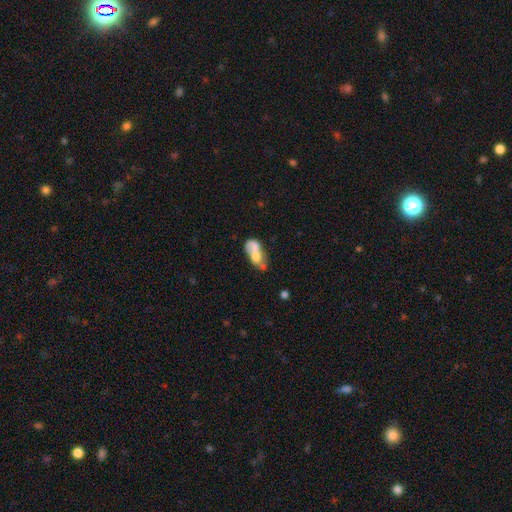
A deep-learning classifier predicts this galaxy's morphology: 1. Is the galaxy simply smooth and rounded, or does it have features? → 50% smooth, 41% featured or disk, 9% star or artifact.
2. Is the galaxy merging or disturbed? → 44% merger, 22% none, 19% major disturbance, 15% minor disturbance.